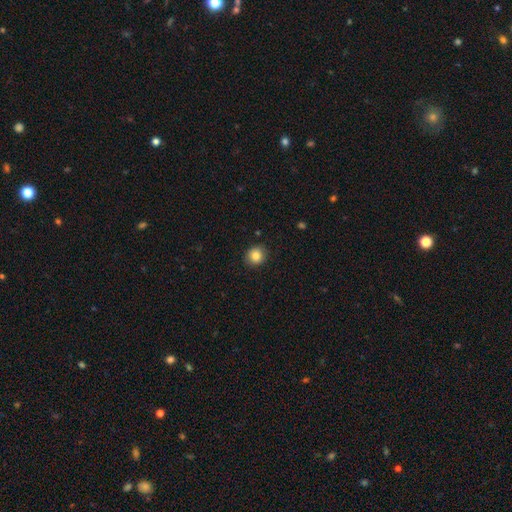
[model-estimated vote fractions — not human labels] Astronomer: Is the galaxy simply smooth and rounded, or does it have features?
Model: smooth — 83%.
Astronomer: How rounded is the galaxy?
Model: round — 82%.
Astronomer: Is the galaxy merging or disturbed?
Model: none — 89%.